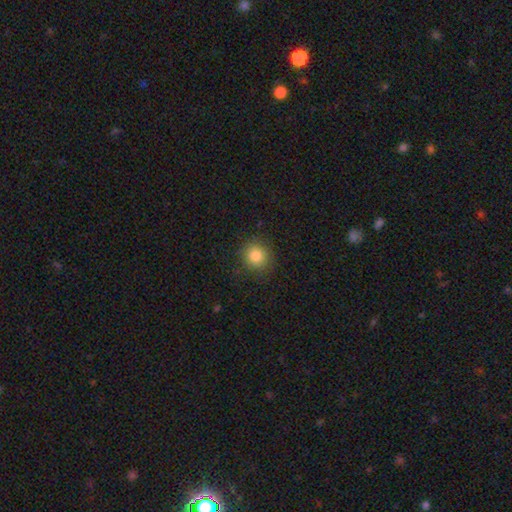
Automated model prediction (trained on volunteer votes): smooth-or-featured: smooth: 84% | star or artifact: 11% | featured or disk: 5%
  how-rounded: round: 90% | in between: 9% | cigar-shaped: 1%
  merging: none: 87% | minor disturbance: 9% | major disturbance: 3% | merger: 1%